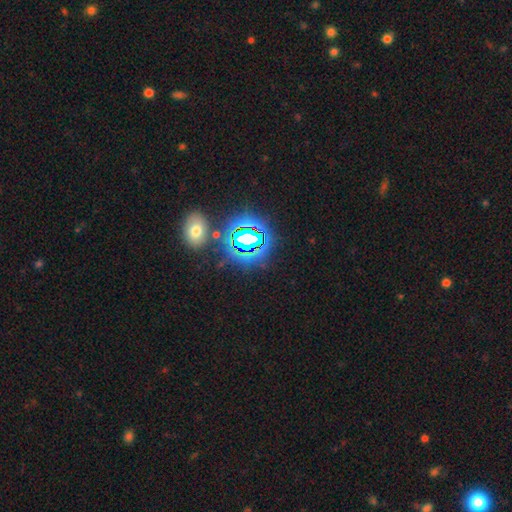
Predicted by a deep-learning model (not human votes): This is likely a star or artifact rather than a galaxy (74%).